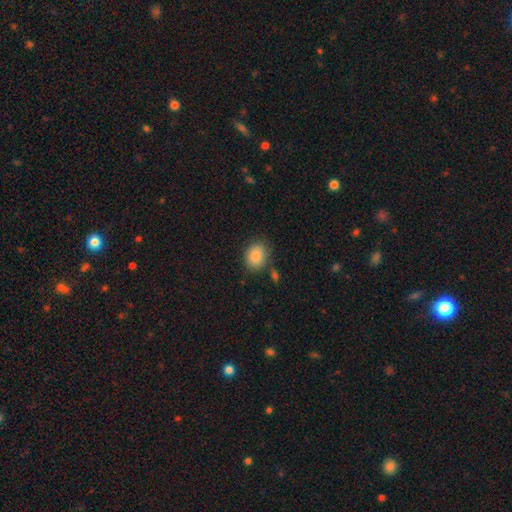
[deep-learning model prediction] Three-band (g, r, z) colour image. It shows a smooth galaxy with no disk features (85%) that is round (55%). Merging: none (77%).